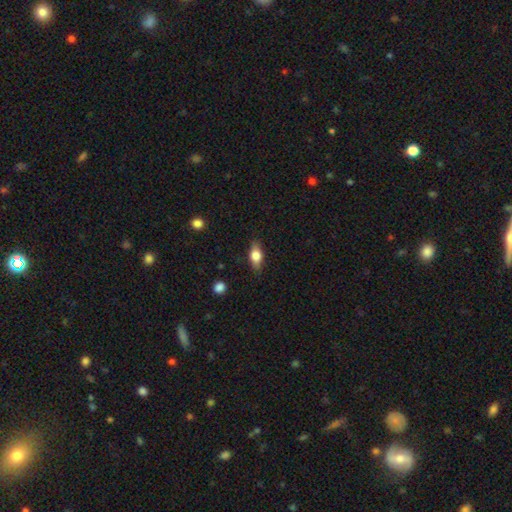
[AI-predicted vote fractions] Smooth or featured? Predicted: smooth (p=0.68). How rounded? Predicted: in between (p=0.78). Merging? Predicted: none (p=0.83).